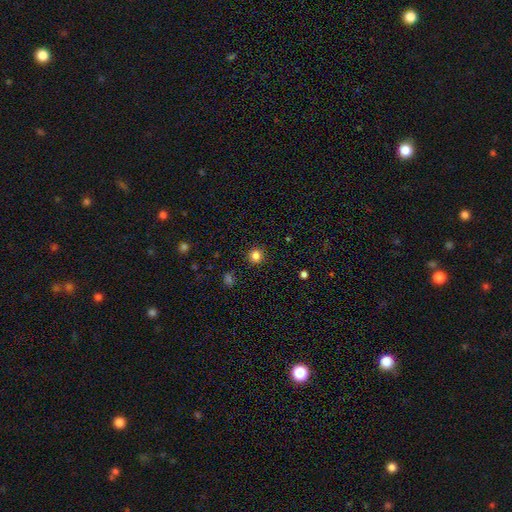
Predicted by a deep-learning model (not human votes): Smooth or featured? smooth (83%)
How rounded? round (93%)
Merging? none (92%)